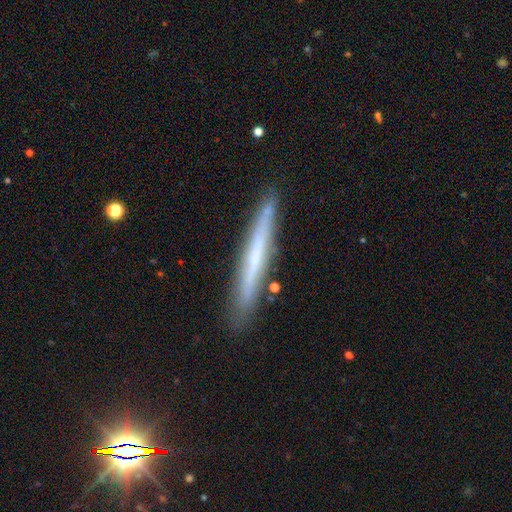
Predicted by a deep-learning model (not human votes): Q: Smooth or featured?
A: featured or disk (54%); runner-up: smooth (39%)
Q: Edge-on disk?
A: yes (94%); runner-up: no (6%)
Q: Edge-on bulge?
A: none (80%); runner-up: rounded (15%)
Q: Merging?
A: none (88%); runner-up: minor disturbance (9%)